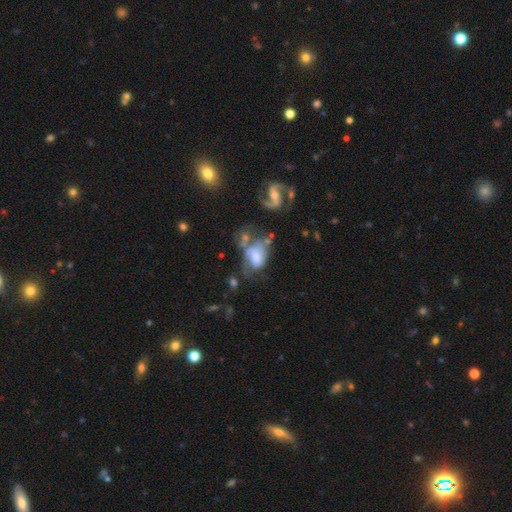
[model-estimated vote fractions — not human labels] smooth-or-featured: featured or disk: 52% | smooth: 38% | star or artifact: 10%
  disk-edge-on: no: 96% | yes: 4%
  merging: major disturbance: 35% | merger: 24% | none: 22% | minor disturbance: 19%